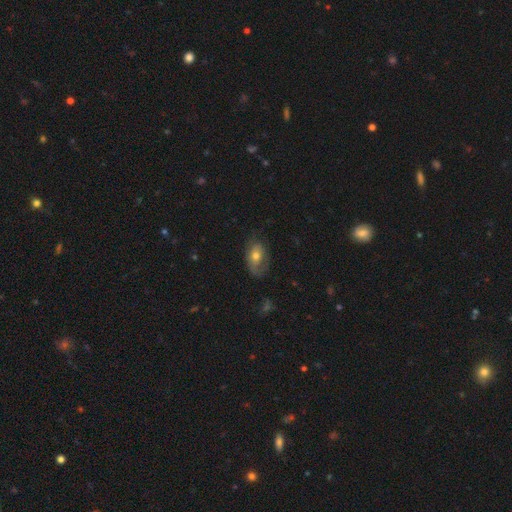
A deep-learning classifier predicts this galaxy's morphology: type=smooth (55%); roundness=in between (87%); merging=none (55%).